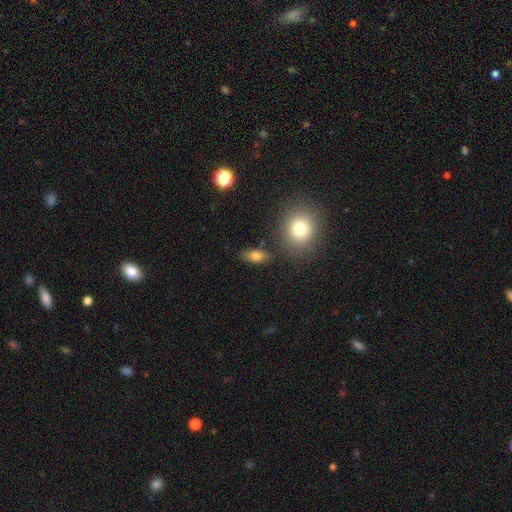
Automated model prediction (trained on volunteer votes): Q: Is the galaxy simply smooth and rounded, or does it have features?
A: smooth — 78%.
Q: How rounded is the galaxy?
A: in between — 79%.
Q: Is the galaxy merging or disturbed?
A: none — 78%.